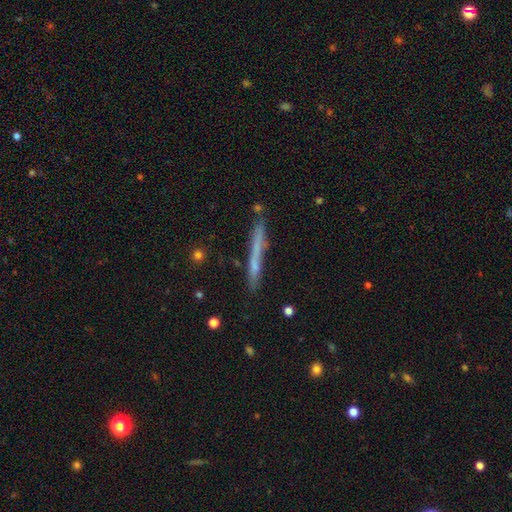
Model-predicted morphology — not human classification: smooth_or_featured: smooth (p=0.50) [alt: featured or disk p=0.42]
how_rounded: cigar-shaped (p=0.96) [alt: in between p=0.02]
merging: none (p=0.83) [alt: minor disturbance p=0.12]